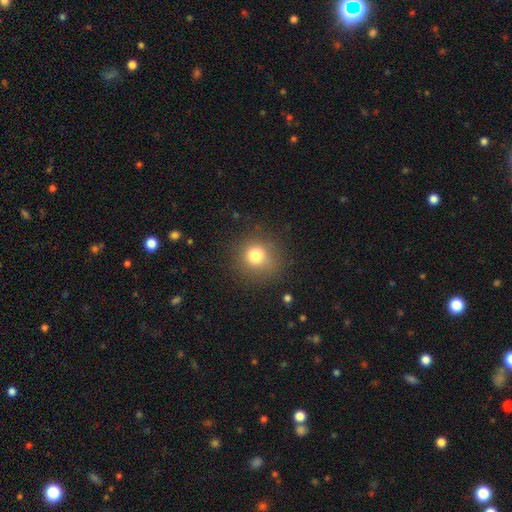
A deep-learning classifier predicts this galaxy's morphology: Smooth or featured?
  - smooth: 78% *
  - star or artifact: 14%
  - featured or disk: 9%
How rounded?
  - round: 89% *
  - in between: 10%
  - cigar-shaped: 1%
Merging?
  - none: 83% *
  - minor disturbance: 11%
  - major disturbance: 5%
  - merger: 2%